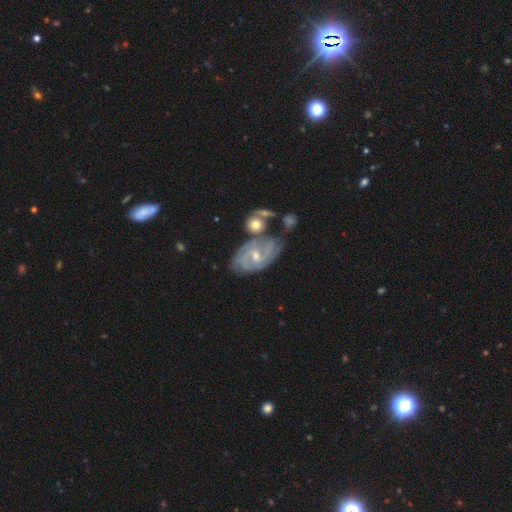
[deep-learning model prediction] smooth_or_featured: featured or disk (p=0.82) [alt: smooth p=0.11]
disk_edge_on: no (p=0.95) [alt: yes p=0.05]
bar: no (p=0.45) [alt: weak p=0.43]
has_spiral_arms: yes (p=0.93) [alt: no p=0.07]
spiral_winding: tight (p=0.60) [alt: medium p=0.32]
spiral_arm_count: 2 (p=0.34) [alt: can't tell p=0.31]
bulge_size: moderate (p=0.50) [alt: small p=0.46]
merging: none (p=0.48) [alt: merger p=0.26]